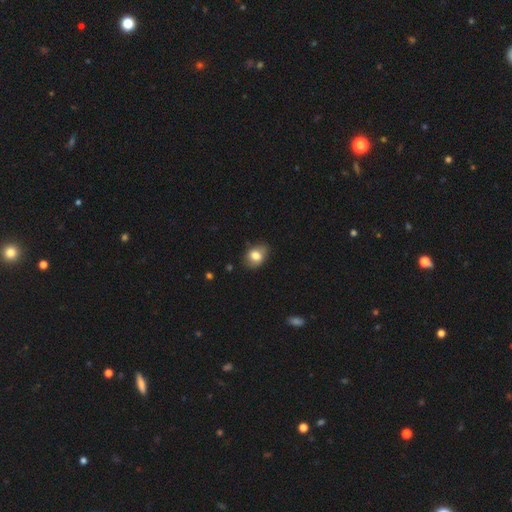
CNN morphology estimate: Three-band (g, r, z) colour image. It shows a smooth galaxy with no disk features (78%) that is in between round and cigar-shaped (64%). Merging: none (76%).